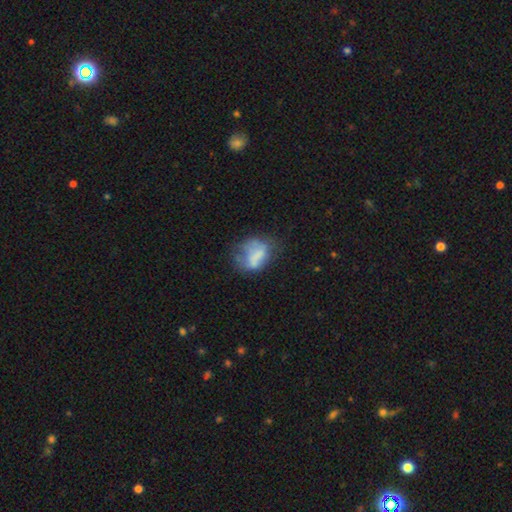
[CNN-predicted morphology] Overall: smooth (56%; featured or disk 33%). How rounded: in between (62%; round 36%). Merging: none (37%; minor disturbance 27%).